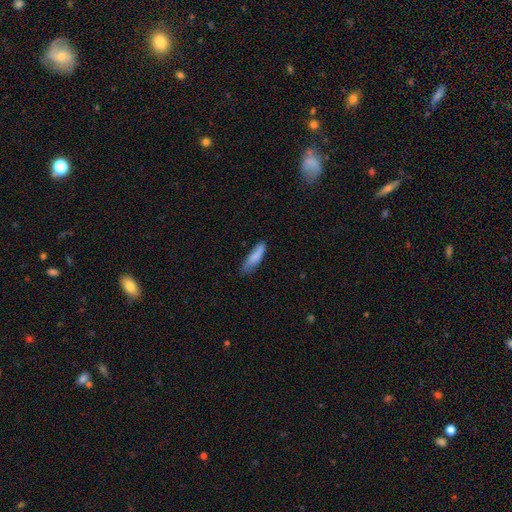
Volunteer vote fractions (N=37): Morphology: type=smooth (89%); roundness=cigar-shaped (67%); merging=none (54%).